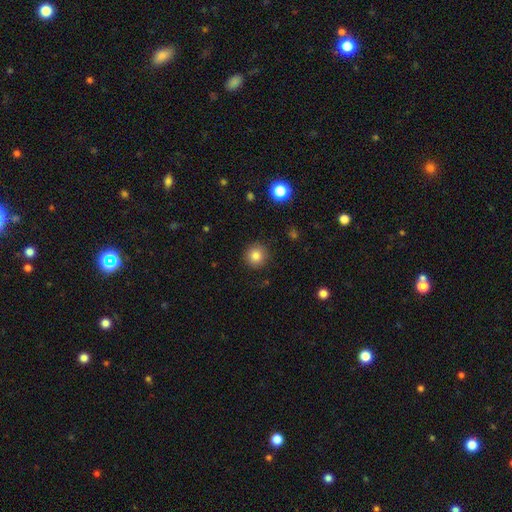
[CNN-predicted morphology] type=smooth (83%); roundness=round (94%); merging=none (90%).